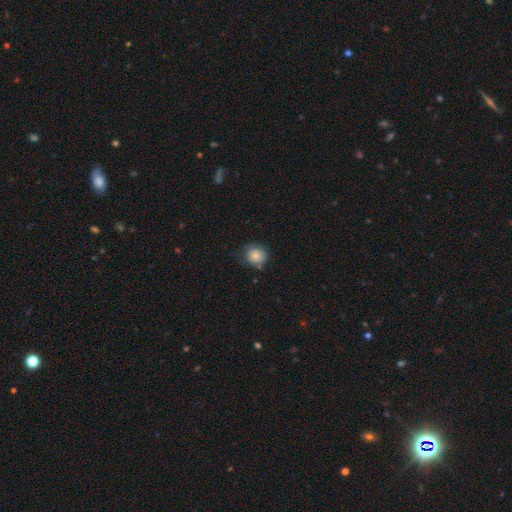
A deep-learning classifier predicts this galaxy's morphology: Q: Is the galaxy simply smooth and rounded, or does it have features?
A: smooth — 82%.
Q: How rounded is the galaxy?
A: round — 87%.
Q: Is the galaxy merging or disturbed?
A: none — 71%.